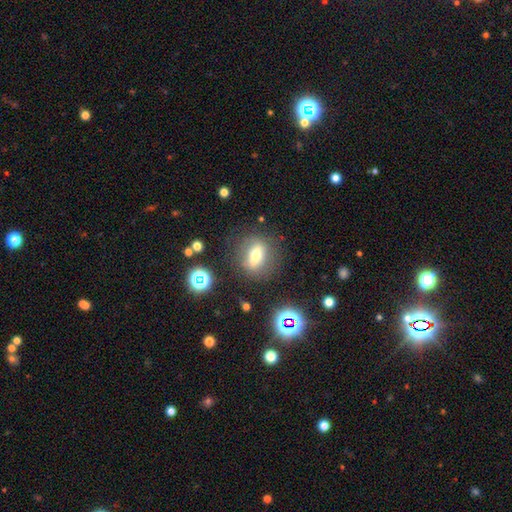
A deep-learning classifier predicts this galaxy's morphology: A smooth galaxy with no disk features (47%). Merging: none (79%).